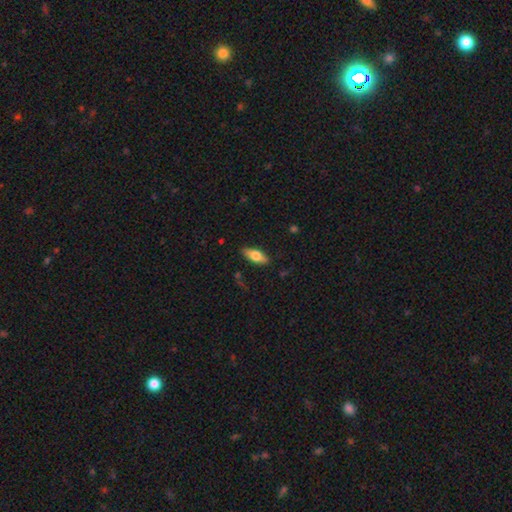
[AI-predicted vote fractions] Smooth or featured: smooth — 66% (featured or disk — 28%)
How rounded: in between — 76% (cigar-shaped — 22%)
Merging: none — 85% (minor disturbance — 11%)